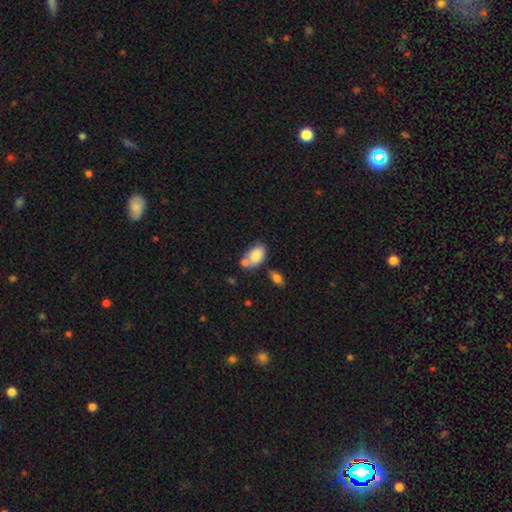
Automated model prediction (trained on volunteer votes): This is clearly a smooth galaxy (81%). How rounded: clearly in between (89%). Merging: marginally none (42%).